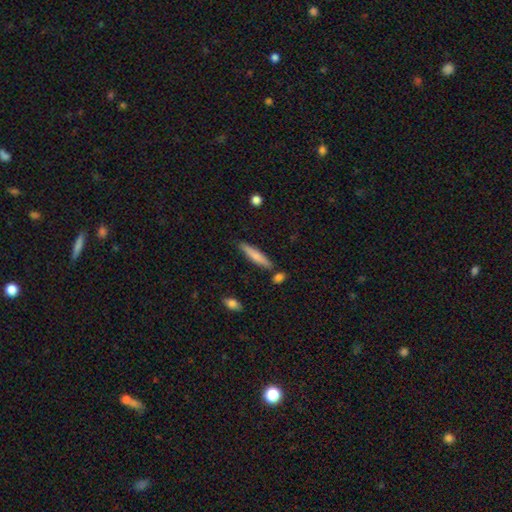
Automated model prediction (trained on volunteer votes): smooth-or-featured: smooth: 71% | featured or disk: 24% | star or artifact: 6%
  how-rounded: cigar-shaped: 87% | in between: 11% | round: 2%
  merging: none: 81% | minor disturbance: 11% | merger: 6% | major disturbance: 2%